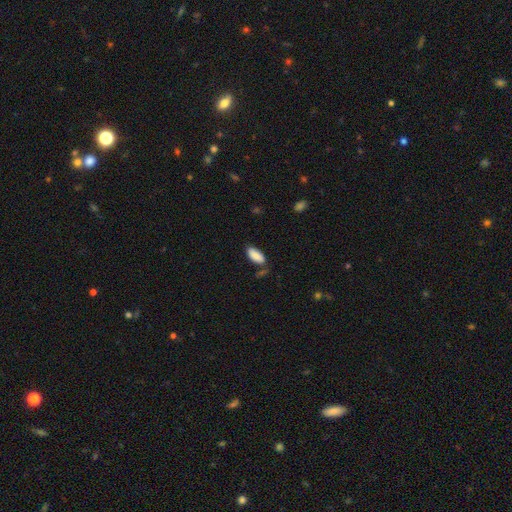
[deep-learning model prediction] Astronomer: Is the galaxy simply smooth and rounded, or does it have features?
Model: smooth — 88%.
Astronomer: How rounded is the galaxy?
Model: in between — 87%.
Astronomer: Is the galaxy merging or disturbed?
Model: none — 71%.